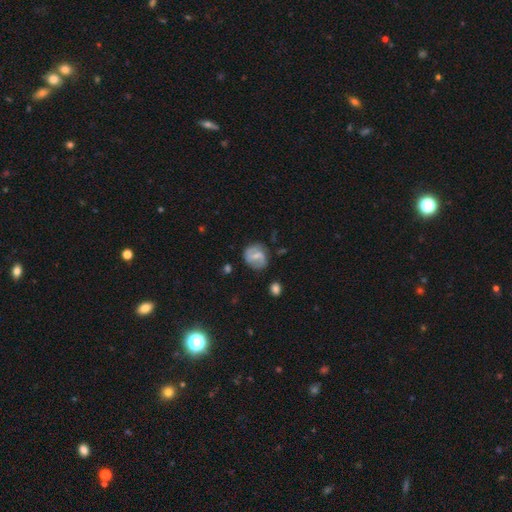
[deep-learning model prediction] This appears to be a featured or disk galaxy (58%) with a weak bar (52%), spiral arms (82%) and a small central bulge (48%). Merging: none (70%).